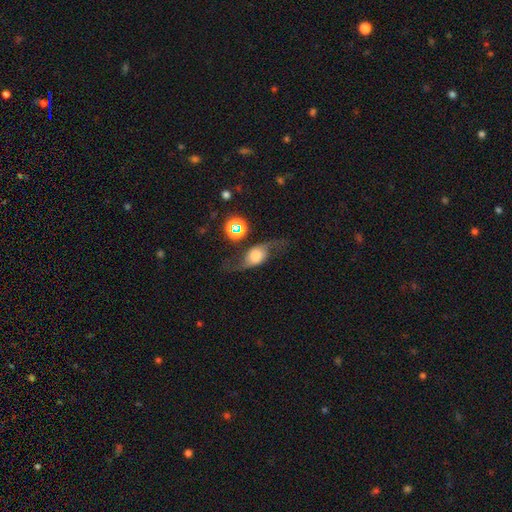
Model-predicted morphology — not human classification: Smooth or featured? featured or disk (68%)
Edge-on disk? no (75%)
Bar? no (67%)
Spiral arms? yes (90%)
Bulge size? large (35%)
Merging? none (60%)